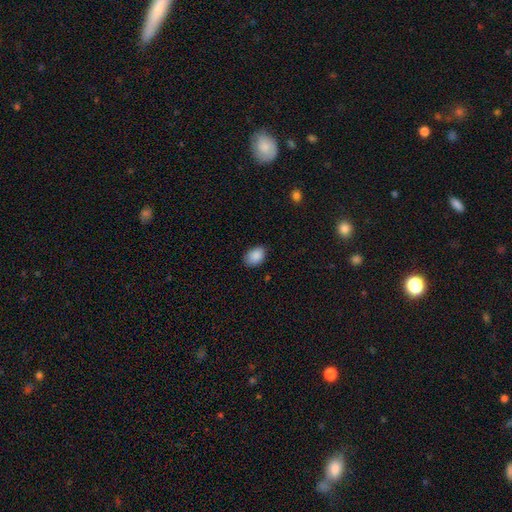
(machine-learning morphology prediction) The model was most divided on "merging": none: 81%, minor disturbance: 15%, major disturbance: 3%, merger: 1%. More confident: smooth or featured — smooth (89%); how rounded — in between (84%).